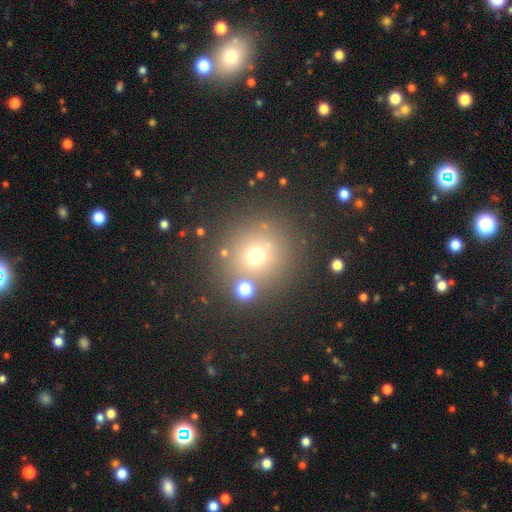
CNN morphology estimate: This is likely a smooth galaxy (64%). How rounded: clearly round (92%). Merging: likely none (77%).